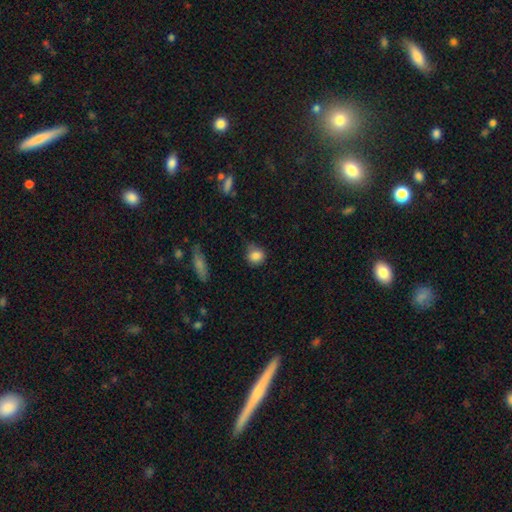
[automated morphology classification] A smooth galaxy with no disk features (85%) that is round (76%). Merging: none (65%).